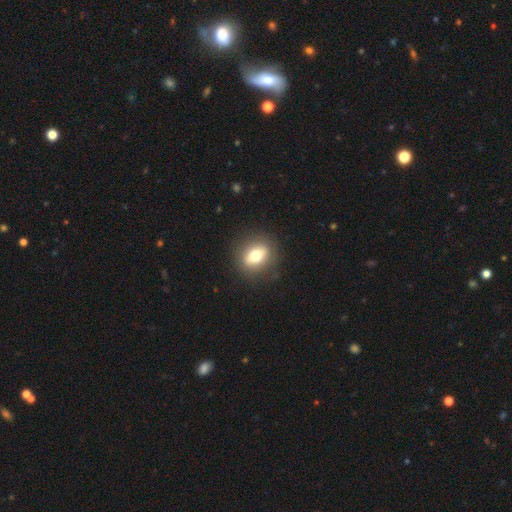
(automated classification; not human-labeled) The model was most divided on "how rounded": in between: 50%, round: 47%, cigar-shaped: 3%. More confident: merging — none (87%); smooth or featured — smooth (66%).